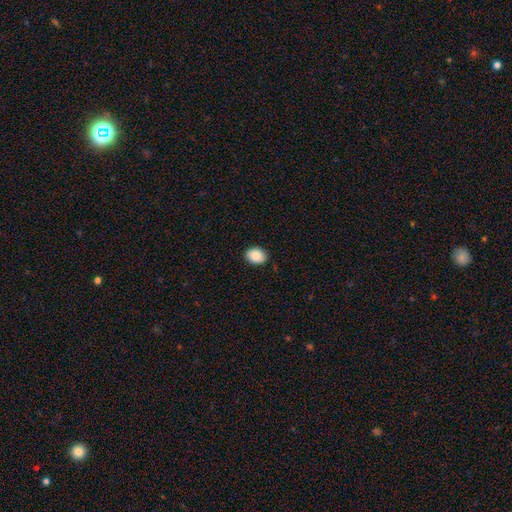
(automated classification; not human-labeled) smooth 88%, star or artifact 7%, featured or disk 5%. Down the decision tree: how rounded — in between (64%); merging — none (88%).